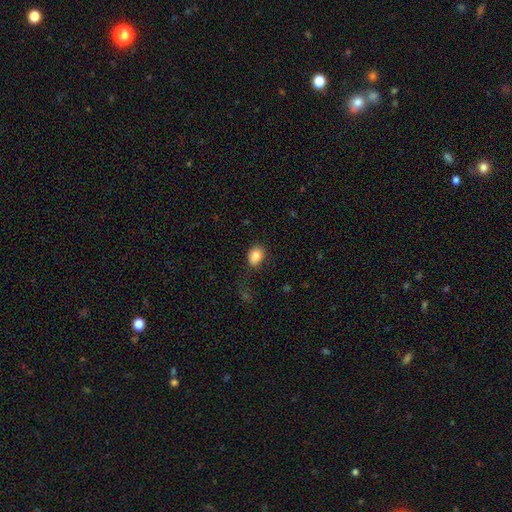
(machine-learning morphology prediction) type=smooth (84%); roundness=in between (67%); merging=none (72%).